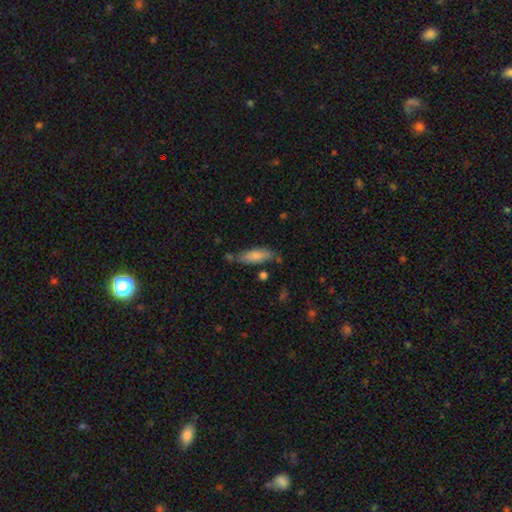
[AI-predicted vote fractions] Smooth or featured? smooth (78%)
How rounded? in between (61%)
Merging? none (61%)